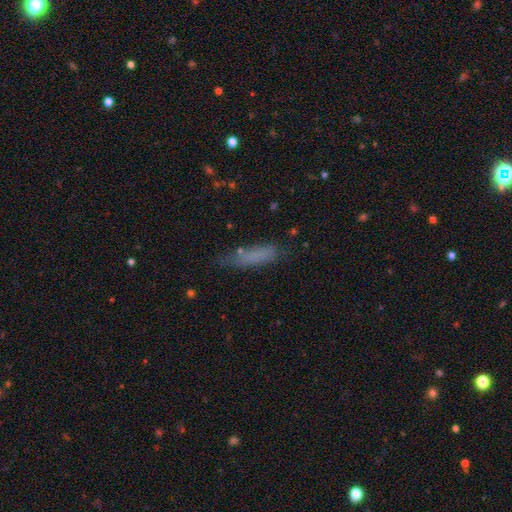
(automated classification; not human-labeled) This is likely a smooth galaxy (74%). How rounded: likely cigar-shaped (72%). Merging: likely none (65%).